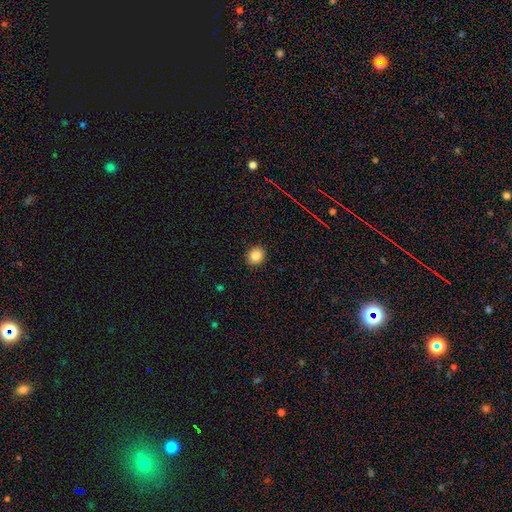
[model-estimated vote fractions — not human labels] A smooth galaxy with no disk features (85%) that is round (78%). Merging: none (91%).